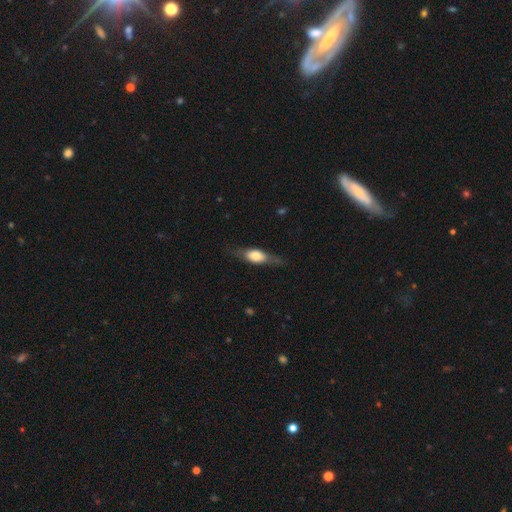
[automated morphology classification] Smooth or featured? Predicted: featured or disk (p=0.47). Merging? Predicted: none (p=0.73).